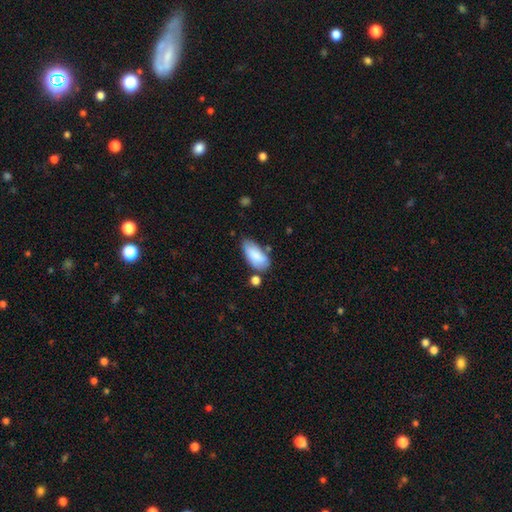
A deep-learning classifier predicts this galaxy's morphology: smooth 85%, featured or disk 9%, star or artifact 6%. Down the decision tree: how rounded — in between (89%); merging — none (61%).